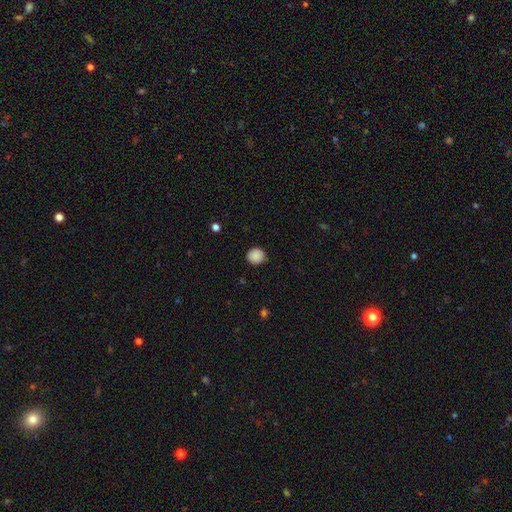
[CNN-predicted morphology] This appears to be a smooth galaxy with no disk features (88%) that is round (87%). Merging: none (88%).